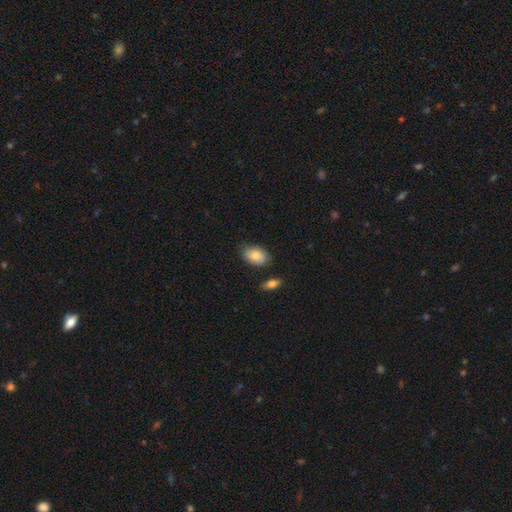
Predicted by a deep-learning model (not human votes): Q: Smooth or featured?
A: smooth (84%); runner-up: featured or disk (9%)
Q: How rounded?
A: in between (89%); runner-up: round (9%)
Q: Merging?
A: none (78%); runner-up: minor disturbance (15%)